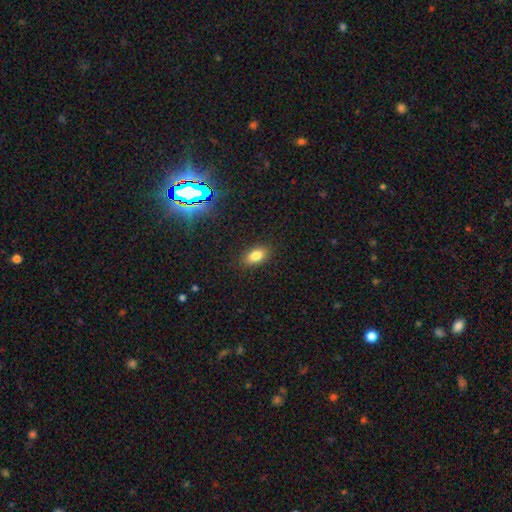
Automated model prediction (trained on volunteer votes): Smooth or featured? Predicted: smooth (p=0.82). How rounded? Predicted: in between (p=0.89). Merging? Predicted: none (p=0.87).